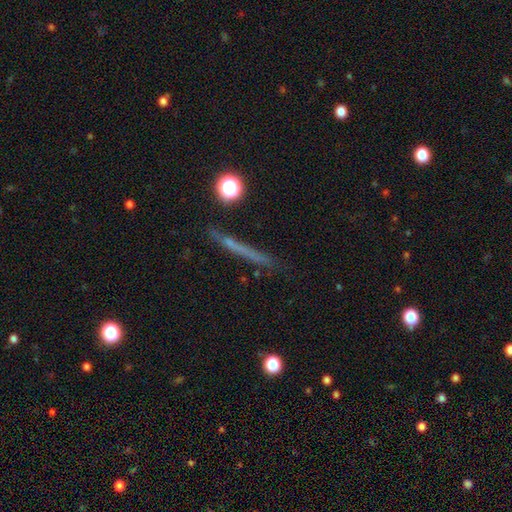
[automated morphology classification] This is possibly a smooth galaxy (49%). Merging: clearly none (82%).